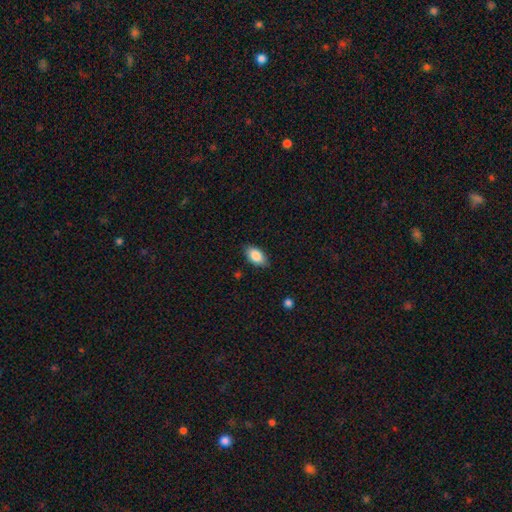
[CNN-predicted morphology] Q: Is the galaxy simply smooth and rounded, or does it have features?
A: smooth — 86%.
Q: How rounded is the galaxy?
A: in between — 92%.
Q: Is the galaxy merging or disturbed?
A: none — 84%.